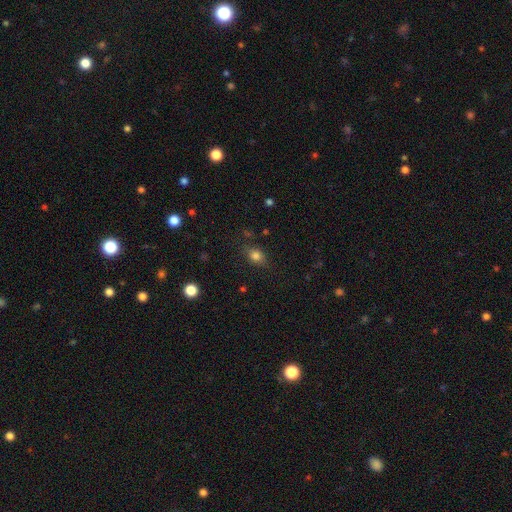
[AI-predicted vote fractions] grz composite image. It shows a smooth galaxy with no disk features (80%) that is in between round and cigar-shaped (59%). Merging: none (76%).